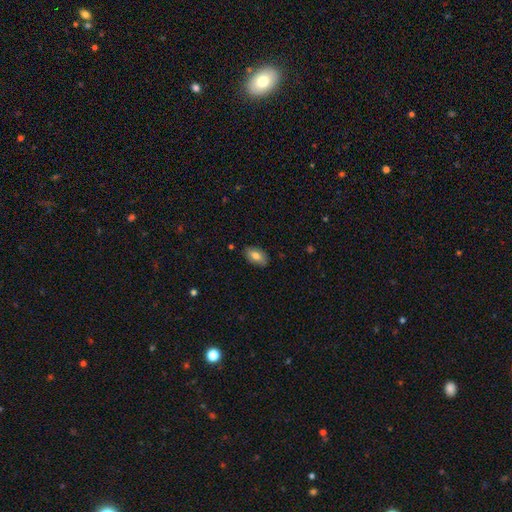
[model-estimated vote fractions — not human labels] A smooth galaxy with no disk features (79%) that is in between round and cigar-shaped (93%).

Vote fractions:
- Smooth or featured? smooth: 79% / featured or disk: 14% / star or artifact: 7%
- How rounded? in between: 93% / round: 5% / cigar-shaped: 2%
- Merging? none: 82% / minor disturbance: 14% / major disturbance: 2% / merger: 1%